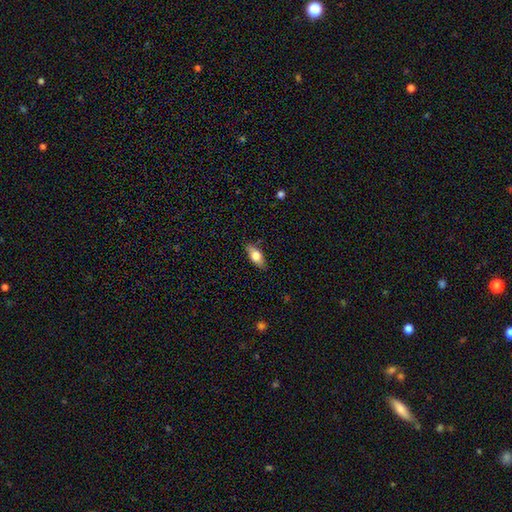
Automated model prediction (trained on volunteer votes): The model was most divided on "smooth or featured": smooth: 71%, featured or disk: 22%, star or artifact: 7%. More confident: merging — none (83%); how rounded — in between (82%).